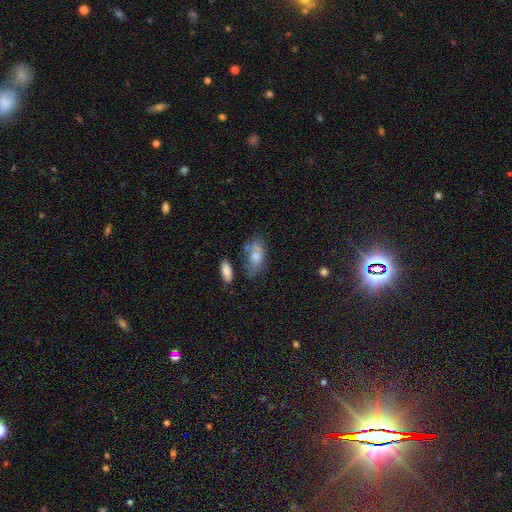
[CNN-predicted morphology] type=smooth (64%); roundness=in between (87%); merging=none (43%).